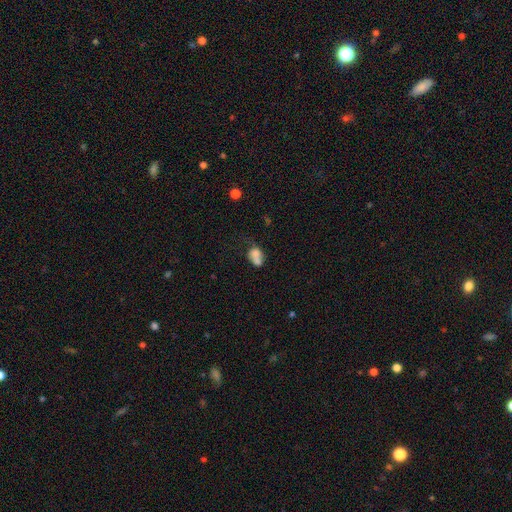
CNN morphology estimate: smooth 70%, featured or disk 19%, star or artifact 11%. Down the decision tree: how rounded — in between (61%); merging — merger (54%).